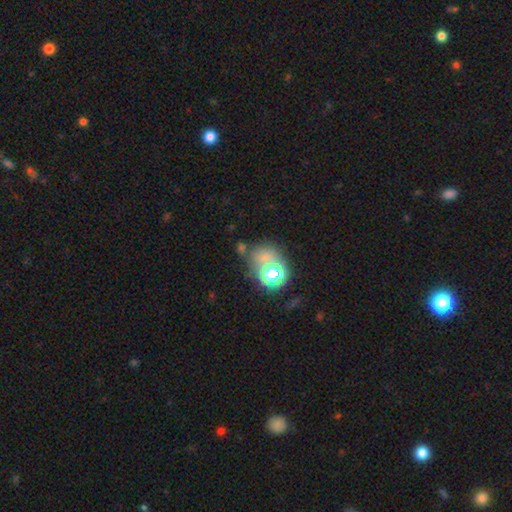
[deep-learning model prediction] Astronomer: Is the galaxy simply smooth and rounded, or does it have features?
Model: smooth — 57%.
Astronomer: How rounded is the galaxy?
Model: round — 67%.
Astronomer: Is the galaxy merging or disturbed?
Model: none — 44% (runner-up: merger, 27%).